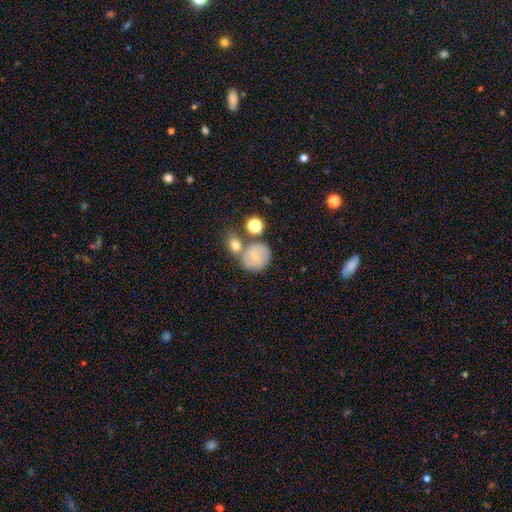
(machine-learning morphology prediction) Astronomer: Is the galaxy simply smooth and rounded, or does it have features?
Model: smooth — 69%.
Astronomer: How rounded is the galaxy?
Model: round — 79%.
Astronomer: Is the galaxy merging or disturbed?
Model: none — 52% (runner-up: merger, 27%).